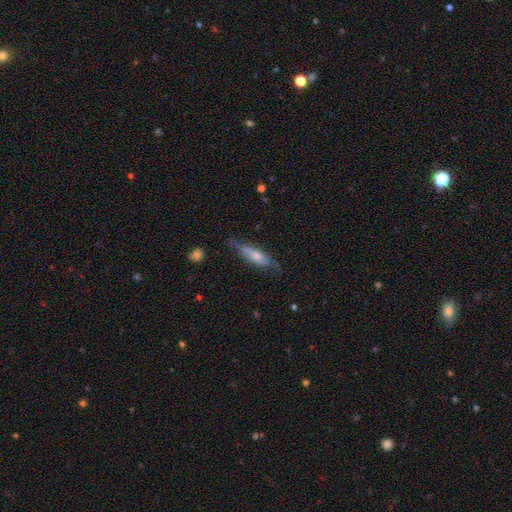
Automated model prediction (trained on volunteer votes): smooth-or-featured: smooth: 52% | featured or disk: 41% | star or artifact: 6%
  how-rounded: cigar-shaped: 67% | in between: 31% | round: 2%
  merging: none: 67% | minor disturbance: 24% | major disturbance: 7% | merger: 2%